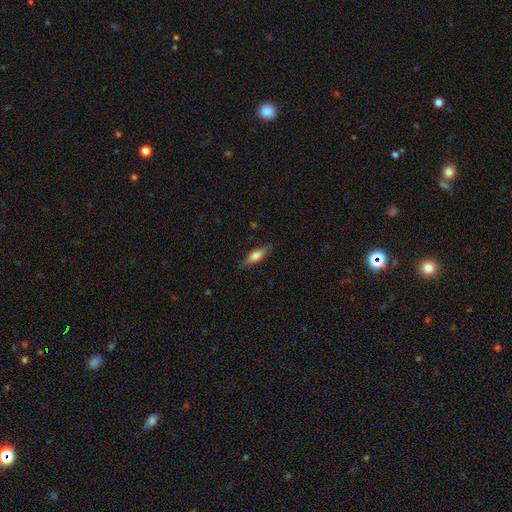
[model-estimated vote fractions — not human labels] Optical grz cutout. It shows a smooth galaxy with no disk features (72%) that is in between round and cigar-shaped (58%). Merging: none (81%).